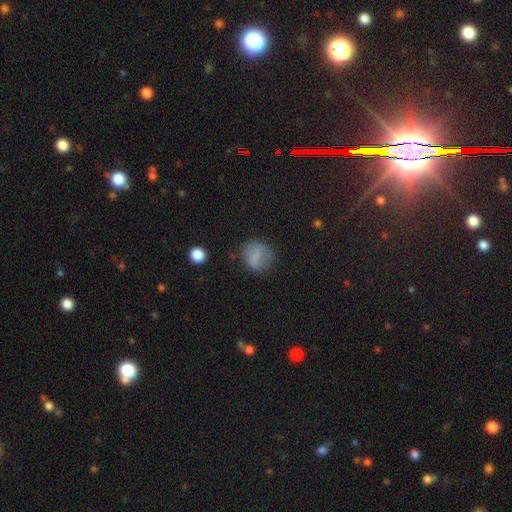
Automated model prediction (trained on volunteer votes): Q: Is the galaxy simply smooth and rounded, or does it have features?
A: smooth — 70%.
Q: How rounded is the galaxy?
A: round — 73%.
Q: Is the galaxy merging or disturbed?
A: none — 64%.